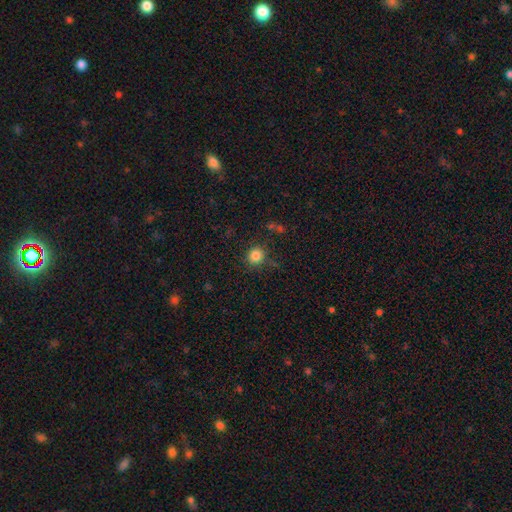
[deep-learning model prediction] Smooth or featured? Predicted: smooth (p=0.83). How rounded? Predicted: round (p=0.89). Merging? Predicted: none (p=0.82).